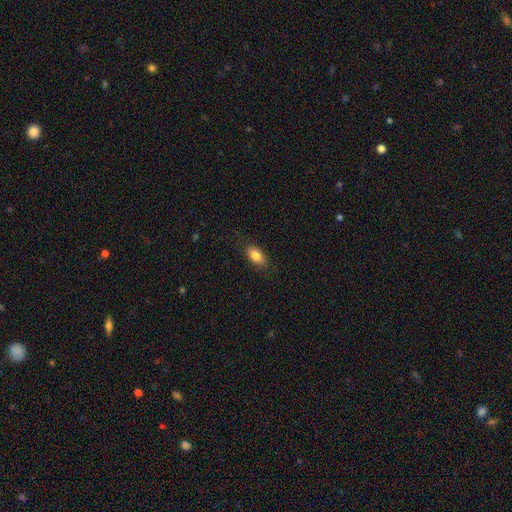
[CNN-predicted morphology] Smooth or featured: smooth — 83% (featured or disk — 9%)
How rounded: in between — 88% (round — 7%)
Merging: none — 83% (minor disturbance — 13%)